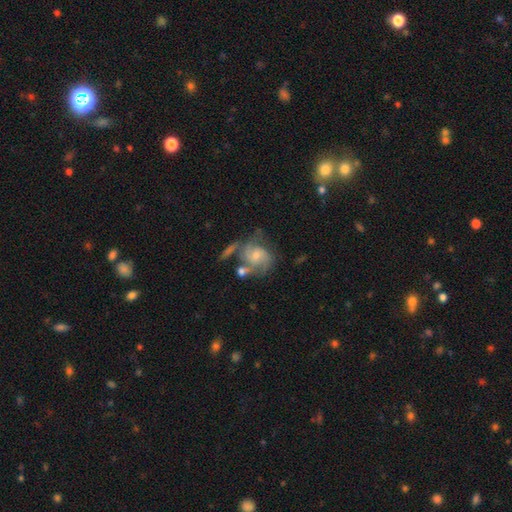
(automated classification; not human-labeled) Overall: featured or disk (71%). Edge-on disk: no (97%). Bar: no (67%; weak 28%). Spiral arms: yes (88%). Spiral arm count: 2 (45%; can't tell 23%). Spiral winding: medium (46%; tight 34%). Bulge size: small (46%; moderate 43%). Merging: none (38%; merger 22%).